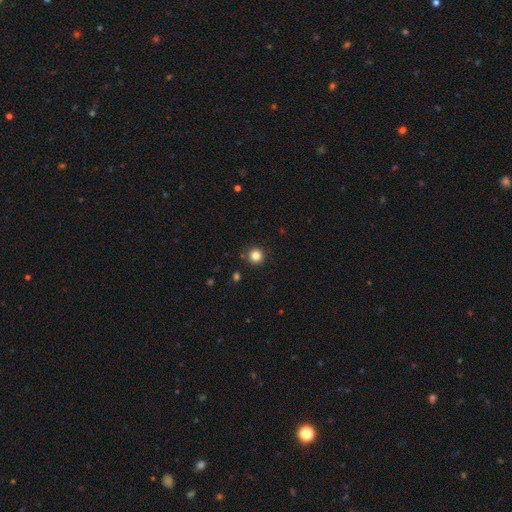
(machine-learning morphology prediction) smooth-or-featured: smooth: 83% | star or artifact: 12% | featured or disk: 4%
  how-rounded: round: 96% | in between: 3% | cigar-shaped: 1%
  merging: none: 91% | minor disturbance: 5% | merger: 2% | major disturbance: 2%